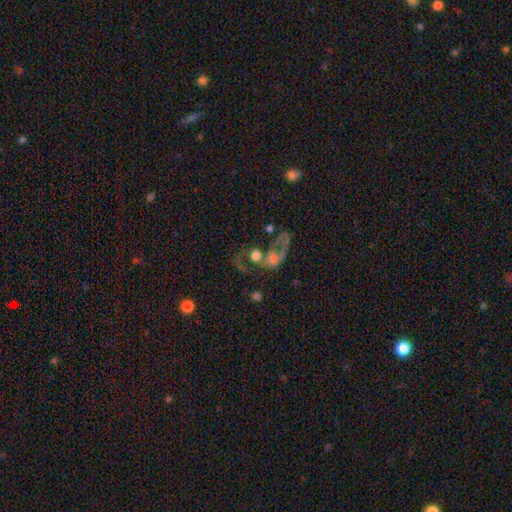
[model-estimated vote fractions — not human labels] smooth-or-featured: featured or disk: 46% | smooth: 39% | star or artifact: 14%
  merging: merger: 46% | major disturbance: 23% | none: 22% | minor disturbance: 10%